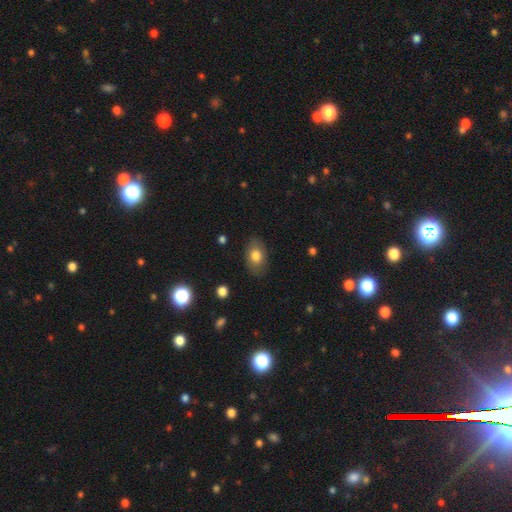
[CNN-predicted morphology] Overall: smooth (77%). How rounded: in between (84%). Merging: none (83%).